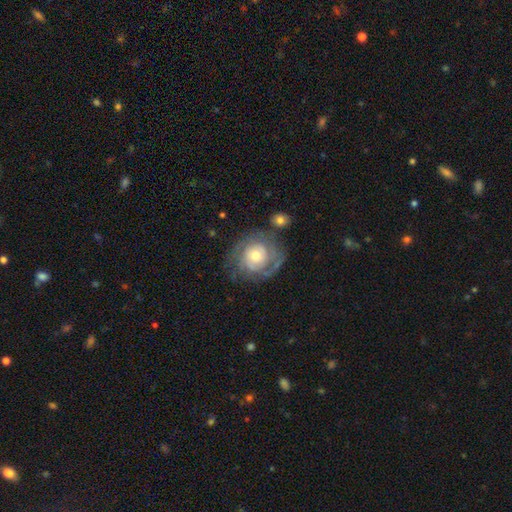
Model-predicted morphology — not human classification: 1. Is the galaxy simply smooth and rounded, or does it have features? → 76% featured or disk, 18% smooth, 6% star or artifact.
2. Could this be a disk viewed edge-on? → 97% no, 3% yes.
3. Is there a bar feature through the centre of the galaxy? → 78% no, 18% weak, 4% strong.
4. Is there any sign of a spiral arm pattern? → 87% yes, 13% no.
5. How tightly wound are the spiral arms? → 62% tight, 28% medium, 10% loose.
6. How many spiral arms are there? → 37% 2, 34% can't tell, 14% 3, 7% 1, 5% 4, 4% more than 4.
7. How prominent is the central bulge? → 58% moderate, 32% small, 8% large, 1% dominant, 1% none.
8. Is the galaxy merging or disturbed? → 66% none, 18% minor disturbance, 12% major disturbance, 4% merger.